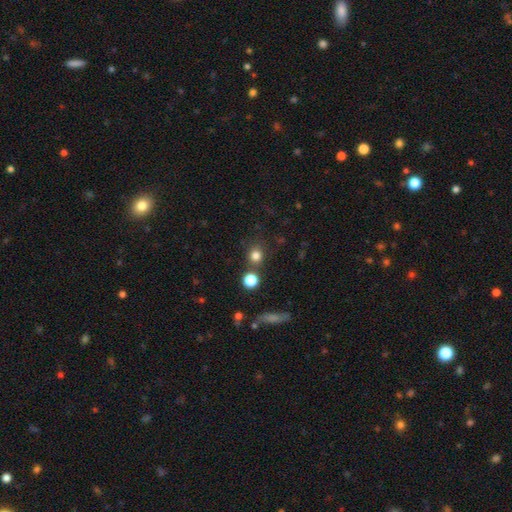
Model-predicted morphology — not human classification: Smooth or featured? smooth (79%)
How rounded? round (84%)
Merging? none (75%)